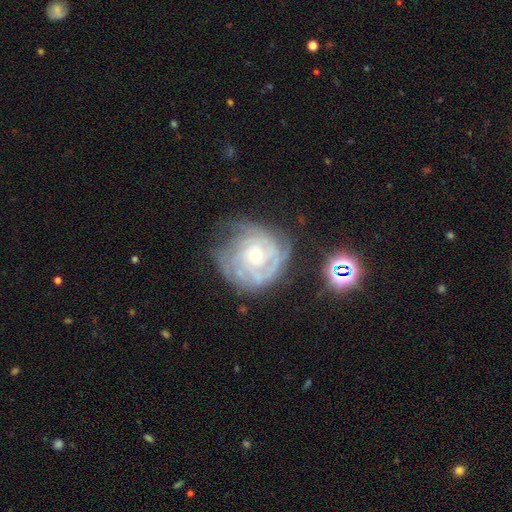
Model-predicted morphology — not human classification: Overall: featured or disk (83%). Edge-on disk: no (97%). Bar: no (76%). Spiral arms: yes (93%). Spiral arm count: can't tell (40%; 3 19%). Spiral winding: tight (72%). Bulge size: small (64%; moderate 32%). Merging: none (61%; minor disturbance 23%).